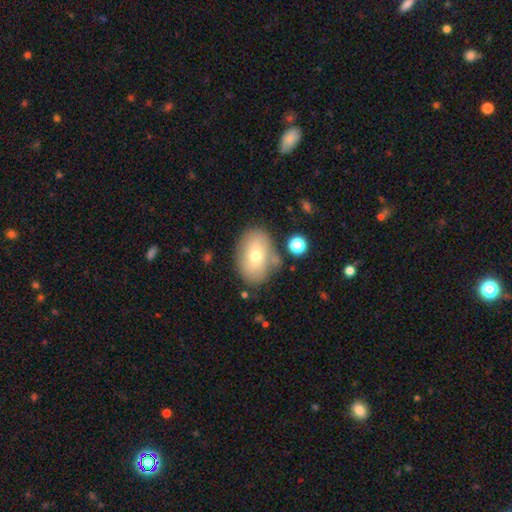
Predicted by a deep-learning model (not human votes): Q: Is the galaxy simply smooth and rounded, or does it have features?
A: smooth — 64%.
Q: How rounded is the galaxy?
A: in between — 84%.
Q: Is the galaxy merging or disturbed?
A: none — 73%.